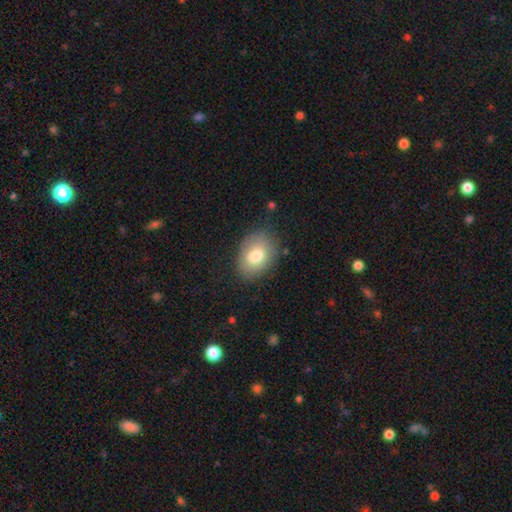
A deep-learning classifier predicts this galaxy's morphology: smooth_or_featured: smooth (p=0.77) [alt: featured or disk p=0.16]
how_rounded: in between (p=0.82) [alt: round p=0.17]
merging: none (p=0.77) [alt: minor disturbance p=0.17]